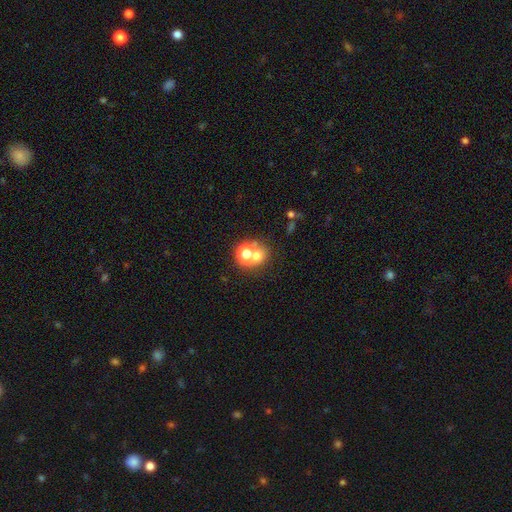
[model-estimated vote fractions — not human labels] Smooth or featured?
  - smooth: 60% *
  - star or artifact: 25%
  - featured or disk: 15%
How rounded?
  - round: 72% *
  - in between: 27%
  - cigar-shaped: 1%
Merging?
  - none: 46% *
  - merger: 40%
  - minor disturbance: 8%
  - major disturbance: 6%